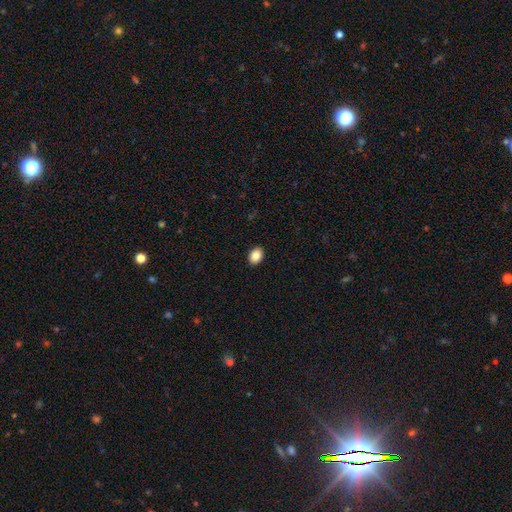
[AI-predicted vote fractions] Q: Smooth or featured?
A: smooth (87%); runner-up: star or artifact (8%)
Q: How rounded?
A: in between (73%); runner-up: round (26%)
Q: Merging?
A: none (92%); runner-up: minor disturbance (6%)